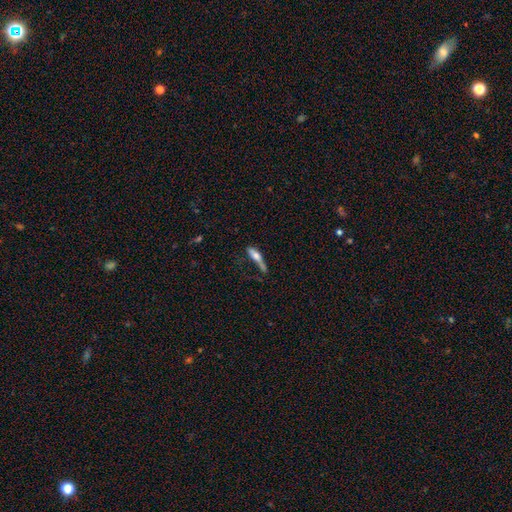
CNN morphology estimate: smooth_or_featured: smooth (p=0.59) [alt: featured or disk p=0.33]
how_rounded: cigar-shaped (p=0.70) [alt: in between p=0.27]
merging: none (p=0.40) [alt: minor disturbance p=0.26]